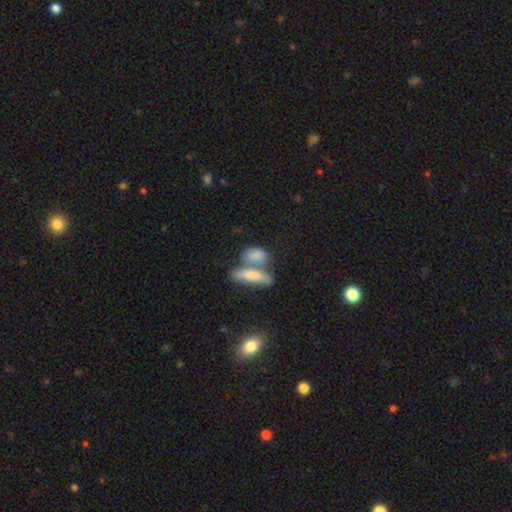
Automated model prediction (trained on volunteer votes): Overall: smooth (75%). How rounded: in between (70%). Merging: merger (56%; none 28%).